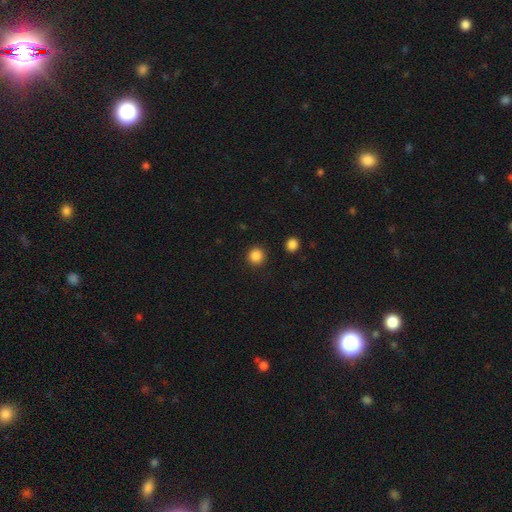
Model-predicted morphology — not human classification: The model was most divided on "smooth or featured": smooth: 86%, star or artifact: 11%, featured or disk: 3%. More confident: how rounded — round (94%); merging — none (92%).